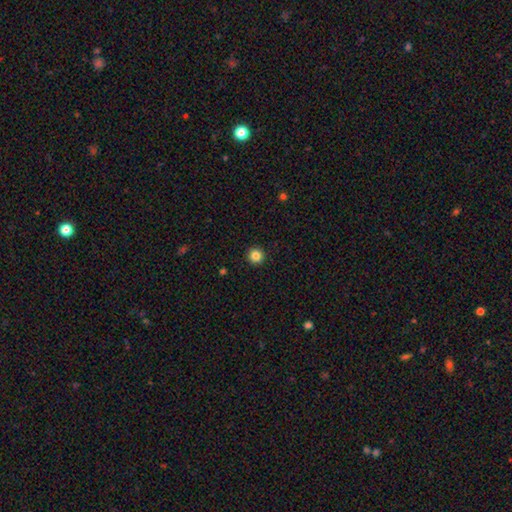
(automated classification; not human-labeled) smooth 84%, star or artifact 11%, featured or disk 4%. Down the decision tree: how rounded — round (96%); merging — none (93%).